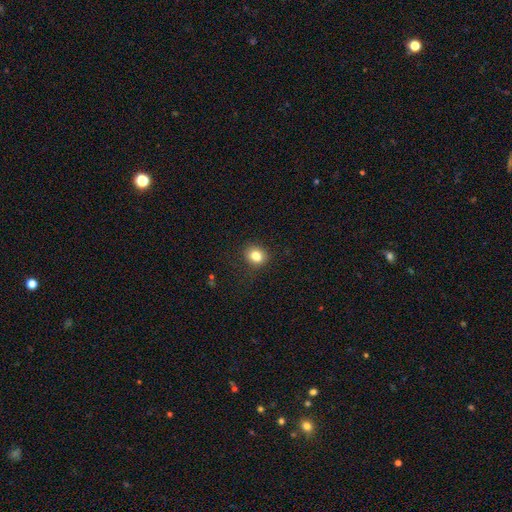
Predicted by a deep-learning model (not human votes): smooth_or_featured: smooth (p=0.83) [alt: star or artifact p=0.11]
how_rounded: round (p=0.67) [alt: in between p=0.32]
merging: none (p=0.87) [alt: minor disturbance p=0.09]